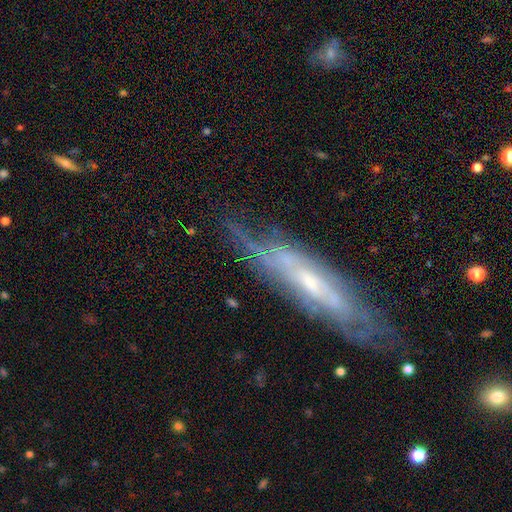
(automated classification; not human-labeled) Smooth or featured? Predicted: featured or disk (p=0.71). Edge-on disk? Predicted: no (p=0.54). Merging? Predicted: none (p=0.62).